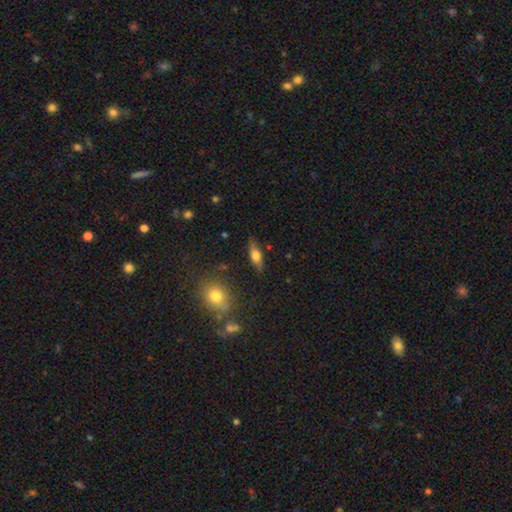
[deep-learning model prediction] Smooth or featured: smooth — 54% (featured or disk — 38%)
How rounded: in between — 60% (cigar-shaped — 34%)
Merging: none — 81% (minor disturbance — 13%)